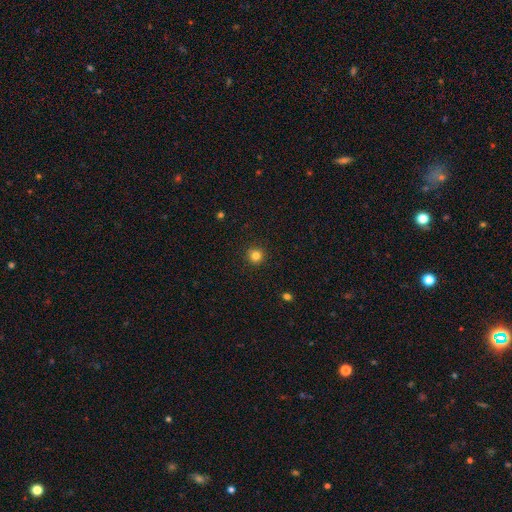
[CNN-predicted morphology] The model was most divided on "smooth or featured": smooth: 82%, star or artifact: 13%, featured or disk: 5%. More confident: how rounded — round (95%); merging — none (93%).